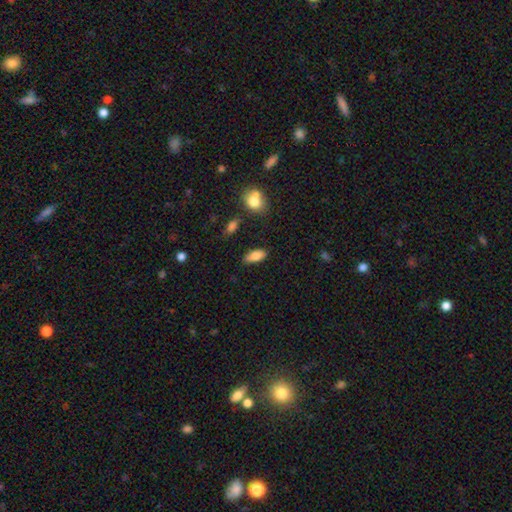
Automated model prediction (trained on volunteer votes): A smooth galaxy with no disk features (83%) that is in between round and cigar-shaped (86%). Merging: none (78%).